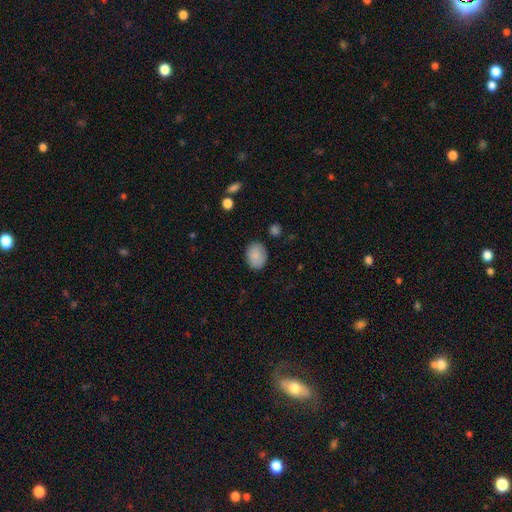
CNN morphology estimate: Q: Smooth or featured?
A: smooth (87%); runner-up: star or artifact (7%)
Q: How rounded?
A: in between (65%); runner-up: round (34%)
Q: Merging?
A: none (84%); runner-up: minor disturbance (12%)